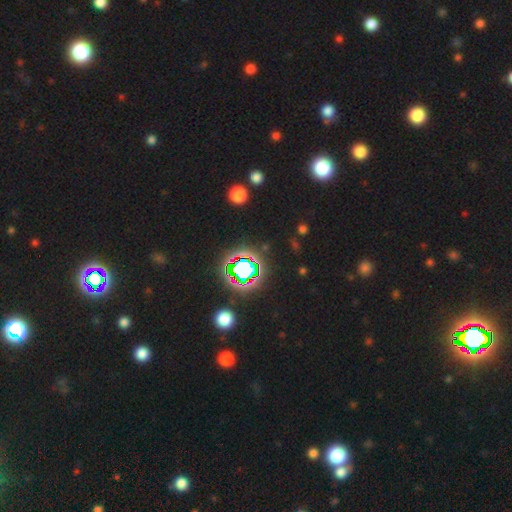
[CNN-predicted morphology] A star or artifact, not a galaxy (81%).

Vote fractions:
- Smooth or featured? star or artifact: 81% / smooth: 12% / featured or disk: 7%